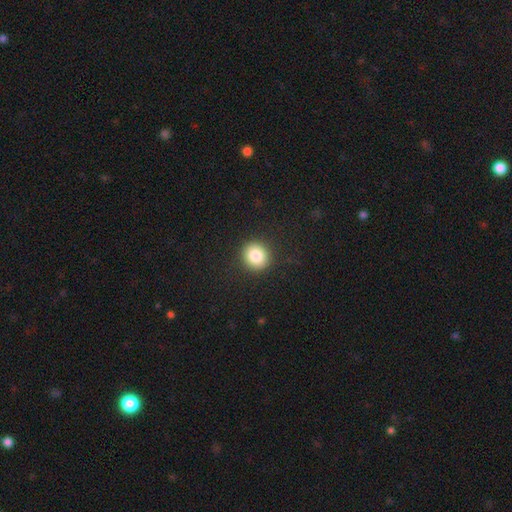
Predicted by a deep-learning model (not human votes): Q: Smooth or featured?
A: smooth (85%); runner-up: star or artifact (10%)
Q: How rounded?
A: round (89%); runner-up: in between (10%)
Q: Merging?
A: none (91%); runner-up: minor disturbance (6%)